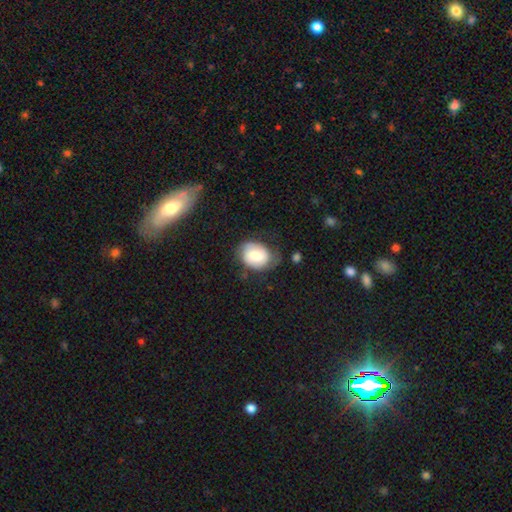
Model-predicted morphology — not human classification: This appears to be a smooth galaxy with no disk features (68%) that is in between round and cigar-shaped (56%). Merging: none (52%).